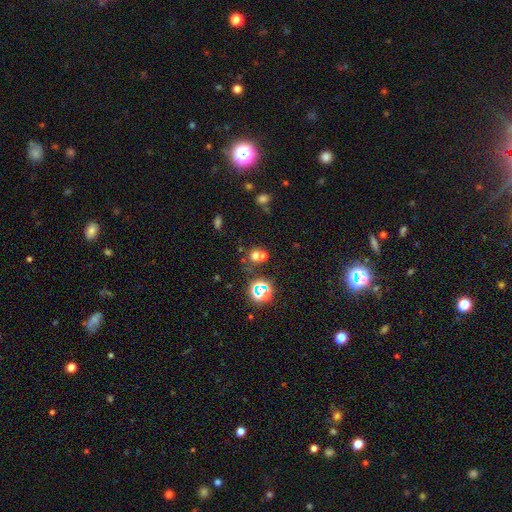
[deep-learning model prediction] Morphology: type=smooth (54%); roundness=round (82%); merging=none (46%).